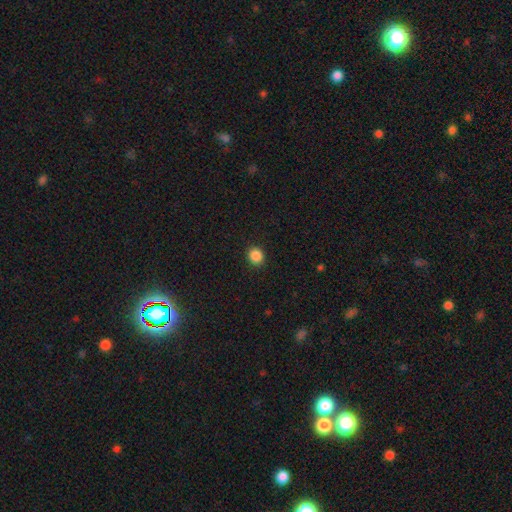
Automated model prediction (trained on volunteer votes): Morphology: type=smooth (88%); roundness=round (73%); merging=none (91%).